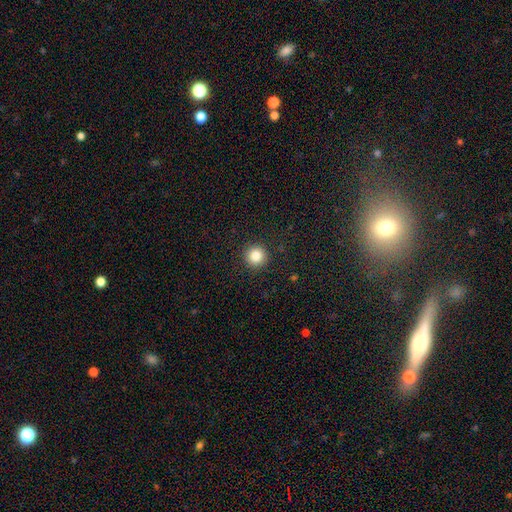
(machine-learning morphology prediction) smooth-or-featured: smooth: 84% | star or artifact: 11% | featured or disk: 5%
  how-rounded: round: 96% | in between: 4% | cigar-shaped: 1%
  merging: none: 92% | minor disturbance: 5% | major disturbance: 2% | merger: 1%